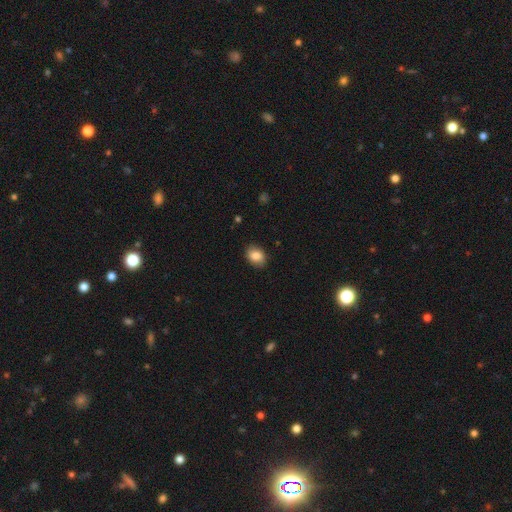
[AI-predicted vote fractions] smooth 84%, featured or disk 8%, star or artifact 8%. Down the decision tree: how rounded — in between (67%); merging — none (85%).